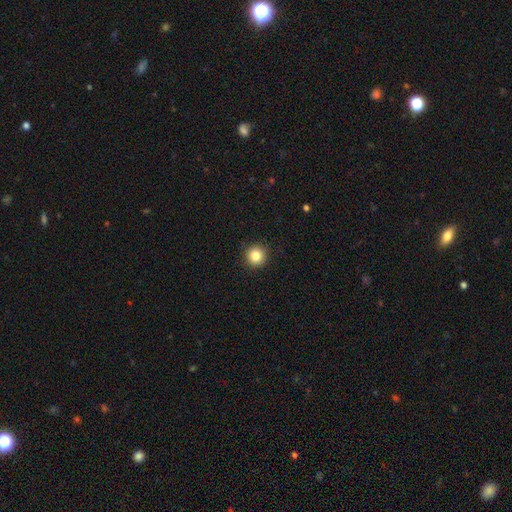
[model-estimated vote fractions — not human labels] This appears to be a smooth galaxy with no disk features (85%) that is round (95%). Merging: none (92%).